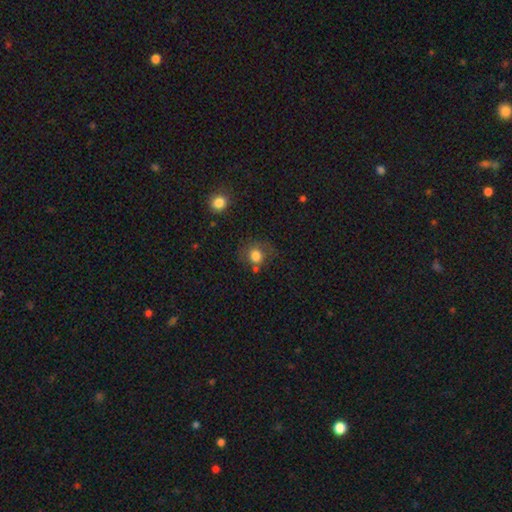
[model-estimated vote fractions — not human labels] Smooth or featured?
  - smooth: 77% *
  - featured or disk: 13%
  - star or artifact: 11%
How rounded?
  - round: 76% *
  - in between: 23%
  - cigar-shaped: 1%
Merging?
  - none: 57% *
  - minor disturbance: 22%
  - major disturbance: 13%
  - merger: 8%